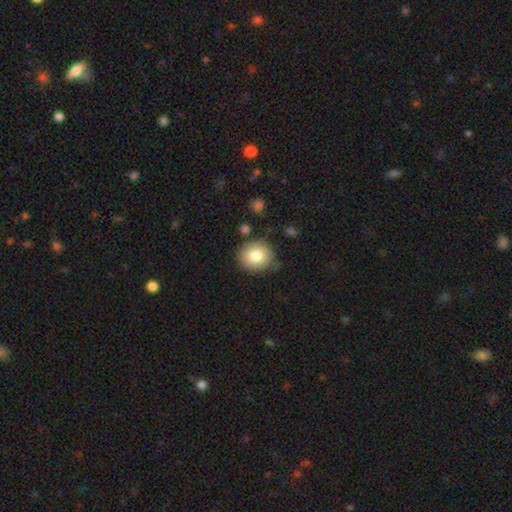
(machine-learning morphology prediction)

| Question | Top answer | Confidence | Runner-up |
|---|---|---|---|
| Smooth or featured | smooth | 80% | featured or disk (11%) |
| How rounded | round | 83% | in between (16%) |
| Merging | none | 81% | minor disturbance (12%) |